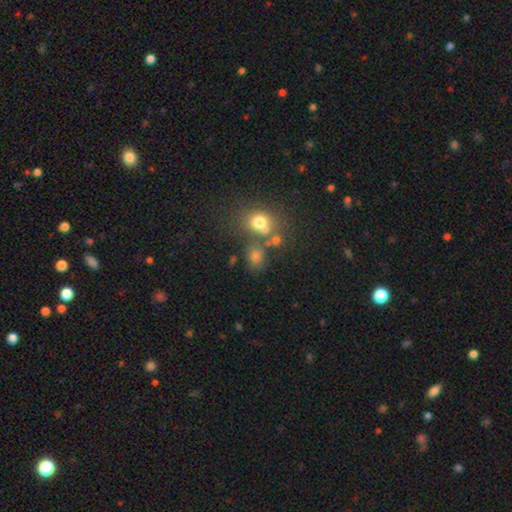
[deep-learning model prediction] Overall: smooth (65%). How rounded: round (59%; in between 40%). Merging: none (53%; merger 28%).